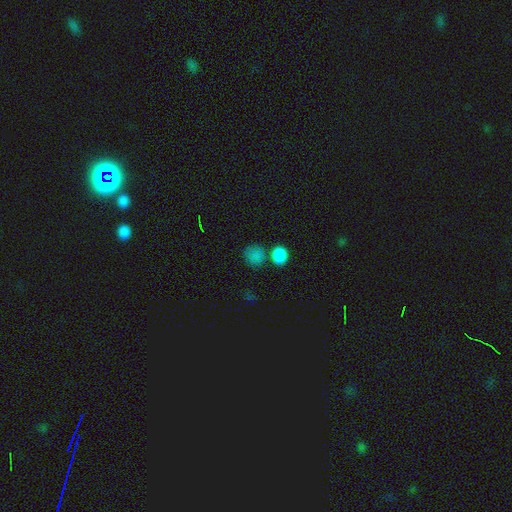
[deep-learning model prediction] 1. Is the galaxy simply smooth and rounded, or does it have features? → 82% smooth, 13% star or artifact, 4% featured or disk.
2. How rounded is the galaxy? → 79% round, 20% in between, 1% cigar-shaped.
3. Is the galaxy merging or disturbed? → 67% none, 17% merger, 11% minor disturbance, 4% major disturbance.